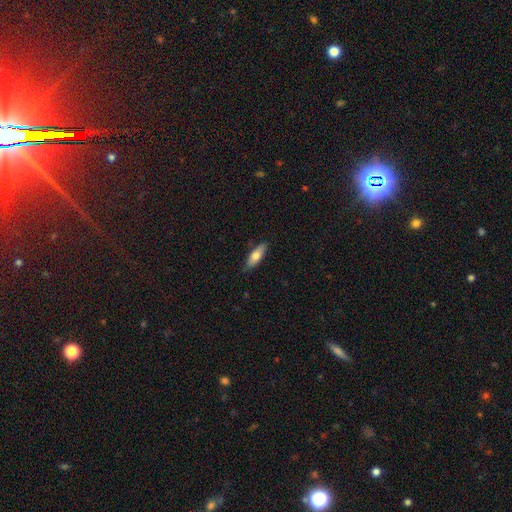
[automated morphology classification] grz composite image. It shows a smooth galaxy with no disk features (69%) that is in between round and cigar-shaped (58%). Merging: none (84%).